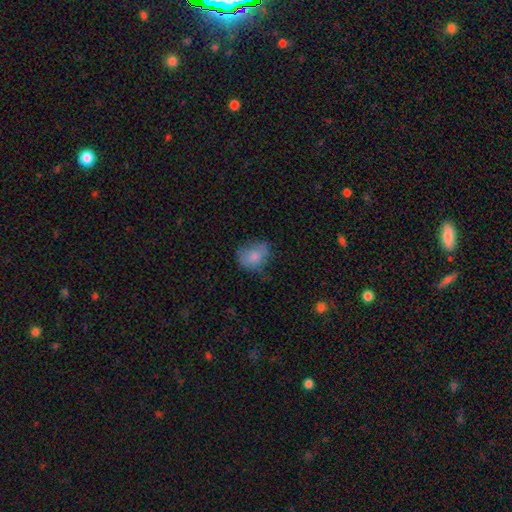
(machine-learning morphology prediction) A smooth galaxy with no disk features (77%) that is in between round and cigar-shaped (50%). Merging: none (53%).